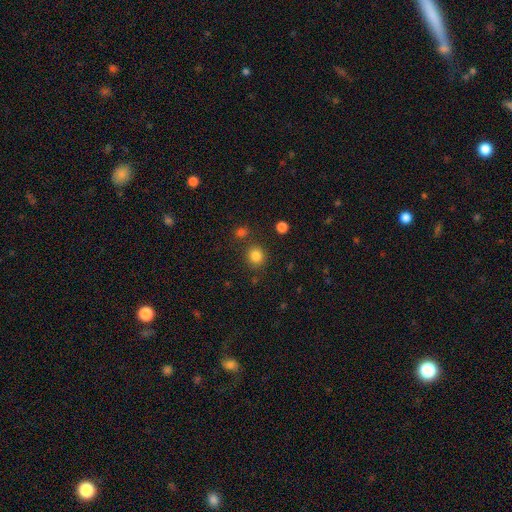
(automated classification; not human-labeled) smooth-or-featured: smooth: 83% | star or artifact: 12% | featured or disk: 5%
  how-rounded: round: 87% | in between: 12% | cigar-shaped: 1%
  merging: none: 83% | minor disturbance: 8% | merger: 5% | major disturbance: 3%